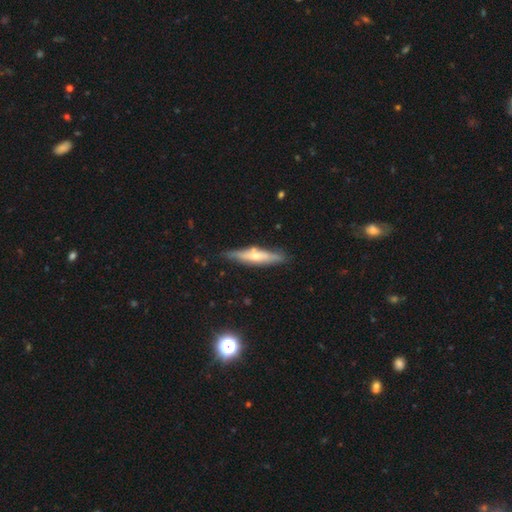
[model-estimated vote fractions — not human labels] This appears to be a featured or disk galaxy (58%) viewed edge-on (90%) with a rounded central bulge (80%). Merging: none (80%).